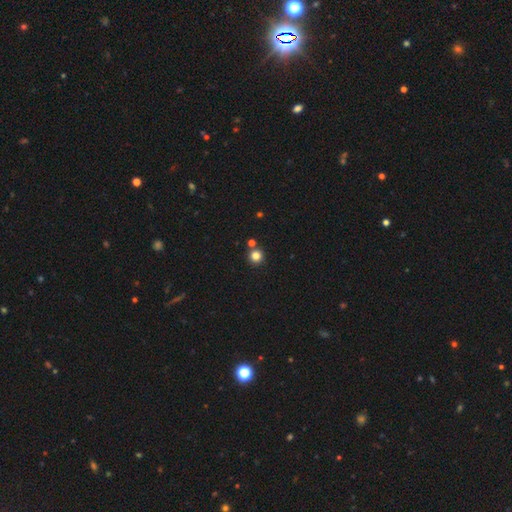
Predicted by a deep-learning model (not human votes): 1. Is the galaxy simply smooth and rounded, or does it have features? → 82% smooth, 13% star or artifact, 5% featured or disk.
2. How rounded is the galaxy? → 95% round, 4% in between, 1% cigar-shaped.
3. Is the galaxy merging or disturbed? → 82% none, 10% merger, 6% minor disturbance, 2% major disturbance.